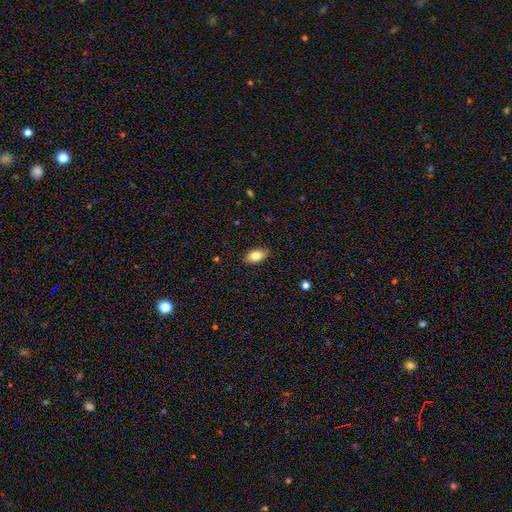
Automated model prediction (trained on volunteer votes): Smooth or featured? Predicted: smooth (p=0.80). How rounded? Predicted: in between (p=0.90). Merging? Predicted: none (p=0.88).